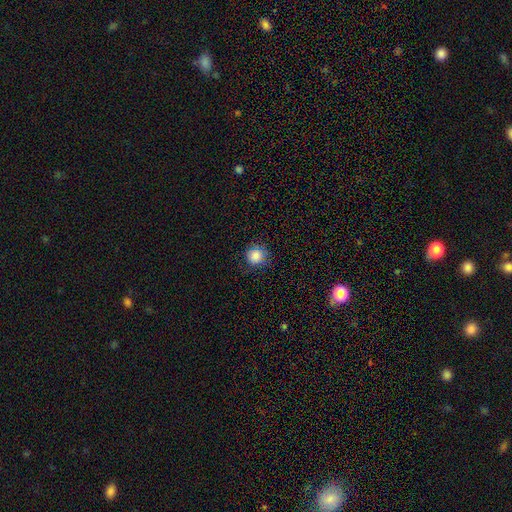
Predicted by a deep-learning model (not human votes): Q: Smooth or featured?
A: smooth (83%); runner-up: star or artifact (11%)
Q: How rounded?
A: round (92%); runner-up: in between (7%)
Q: Merging?
A: none (80%); runner-up: minor disturbance (15%)